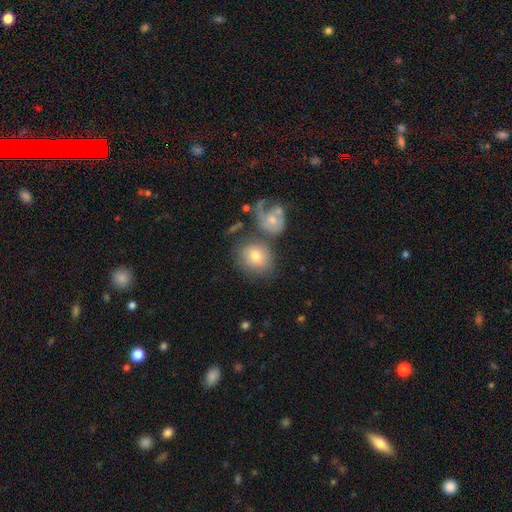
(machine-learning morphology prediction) This appears to be a smooth galaxy with no disk features (67%) that is round (63%). Merging: none (45%).